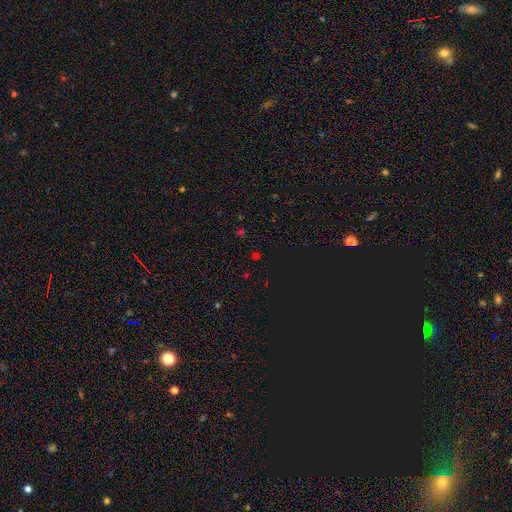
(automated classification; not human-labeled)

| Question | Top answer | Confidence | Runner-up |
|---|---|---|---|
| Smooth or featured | star or artifact | 59% | smooth (36%) |